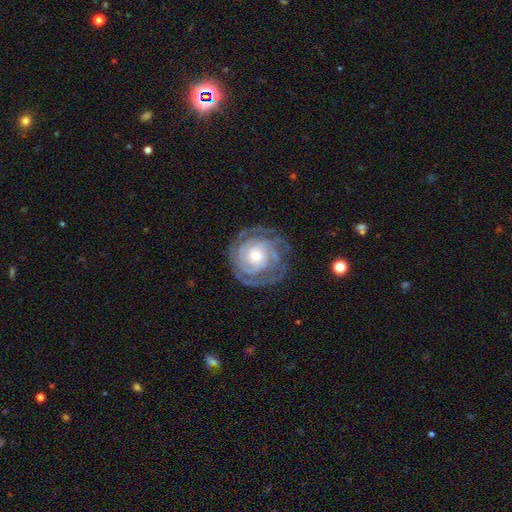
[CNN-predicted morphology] Smooth or featured?
  - featured or disk: 87% *
  - smooth: 7%
  - star or artifact: 5%
Edge-on disk?
  - no: 97% *
  - yes: 3%
Bar?
  - no: 74% *
  - weak: 20%
  - strong: 6%
Spiral arms?
  - yes: 96% *
  - no: 4%
Spiral winding?
  - tight: 78% *
  - medium: 18%
  - loose: 3%
Spiral arm count?
  - can't tell: 29% *
  - 3: 24%
  - 2: 17%
  - 4: 16%
  - more than 4: 8%
  - 1: 6%
Bulge size?
  - small: 52% *
  - moderate: 41%
  - large: 4%
  - none: 1%
  - dominant: 1%
Merging?
  - none: 79% *
  - minor disturbance: 14%
  - major disturbance: 6%
  - merger: 1%